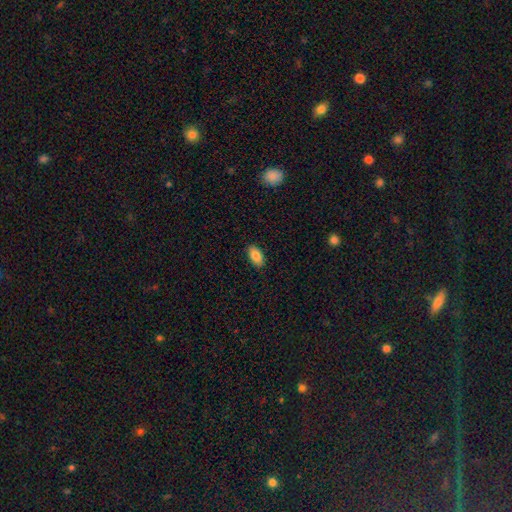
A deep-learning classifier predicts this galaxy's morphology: smooth-or-featured: smooth: 85% | star or artifact: 8% | featured or disk: 7%
  how-rounded: in between: 92% | cigar-shaped: 4% | round: 4%
  merging: none: 89% | minor disturbance: 9% | major disturbance: 2% | merger: 1%